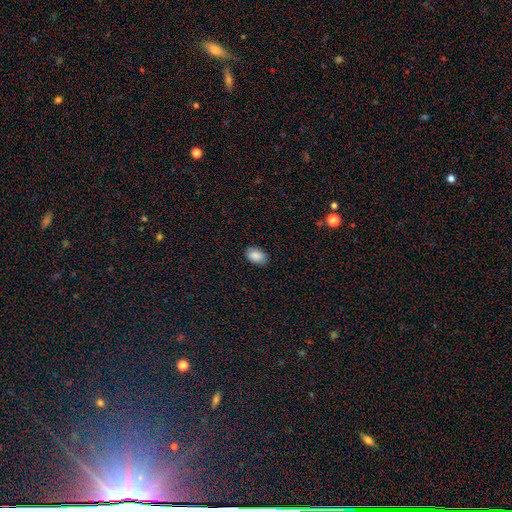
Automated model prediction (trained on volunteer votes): Morphology: type=smooth (88%); roundness=in between (87%); merging=none (86%).